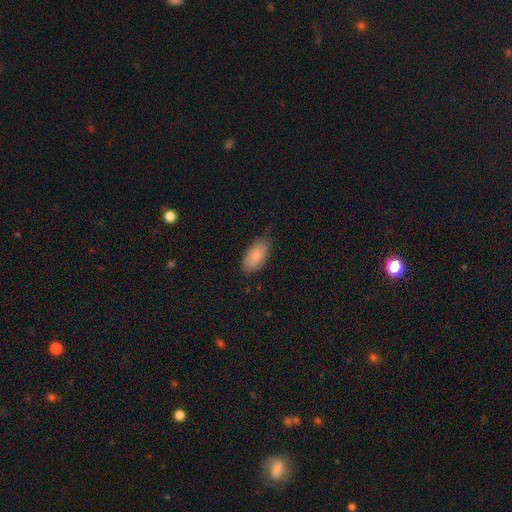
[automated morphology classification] Overall: smooth (80%). How rounded: in between (93%). Merging: none (77%).